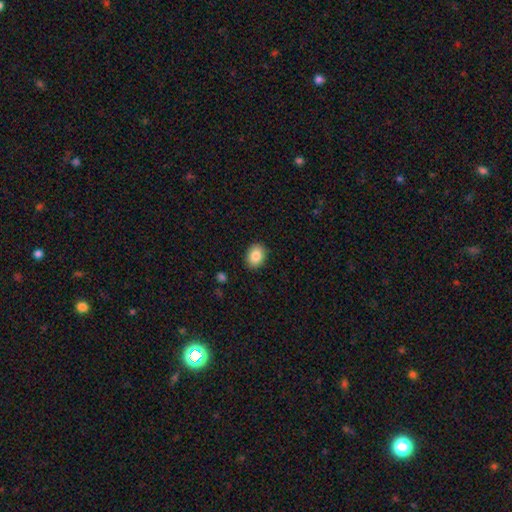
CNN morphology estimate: Smooth or featured? Predicted: smooth (p=0.86). How rounded? Predicted: in between (p=0.68). Merging? Predicted: none (p=0.89).